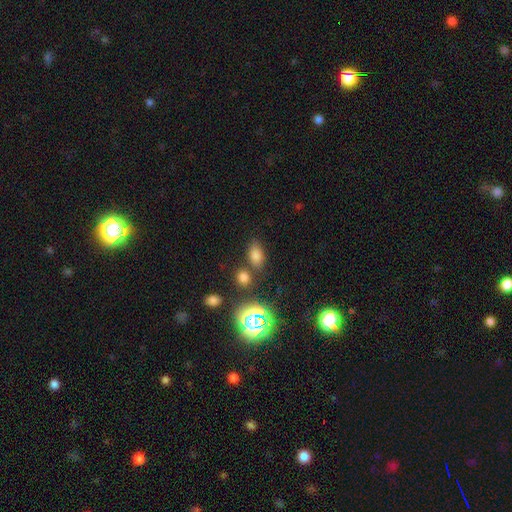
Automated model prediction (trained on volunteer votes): Smooth or featured: smooth — 70% (star or artifact — 23%)
How rounded: in between — 79% (round — 19%)
Merging: none — 70% (merger — 13%)